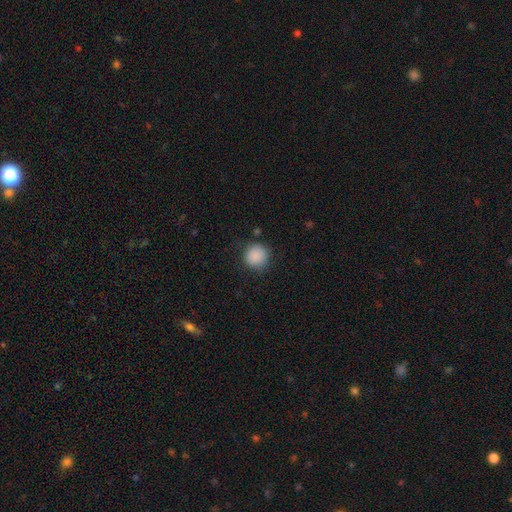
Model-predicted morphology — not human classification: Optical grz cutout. It shows a smooth galaxy with no disk features (88%) that is round (93%). Merging: none (86%).